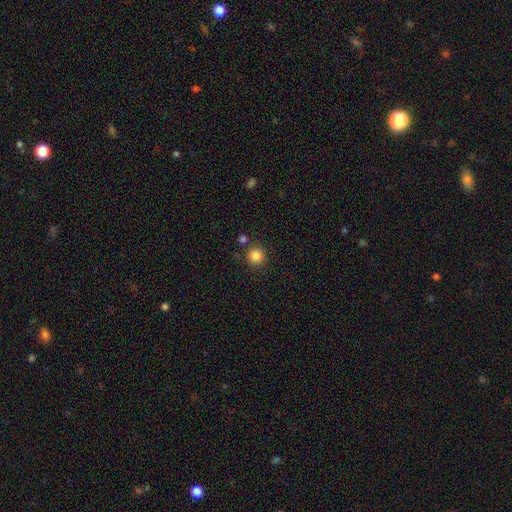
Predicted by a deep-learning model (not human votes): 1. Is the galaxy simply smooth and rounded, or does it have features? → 85% smooth, 11% star or artifact, 4% featured or disk.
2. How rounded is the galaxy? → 93% round, 6% in between, 1% cigar-shaped.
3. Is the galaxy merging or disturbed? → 83% none, 8% minor disturbance, 7% merger, 3% major disturbance.